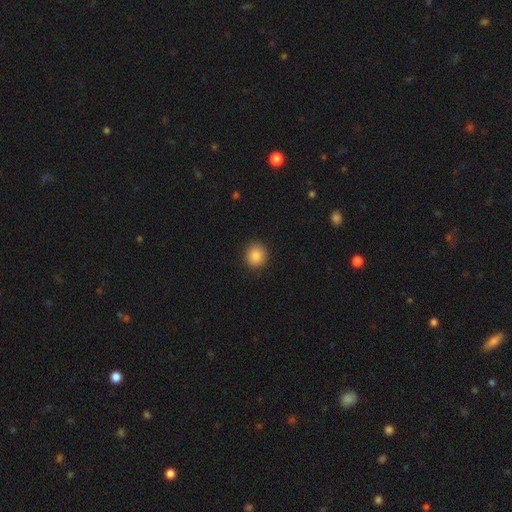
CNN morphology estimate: Smooth or featured? Predicted: smooth (p=0.86). How rounded? Predicted: round (p=0.87). Merging? Predicted: none (p=0.90).